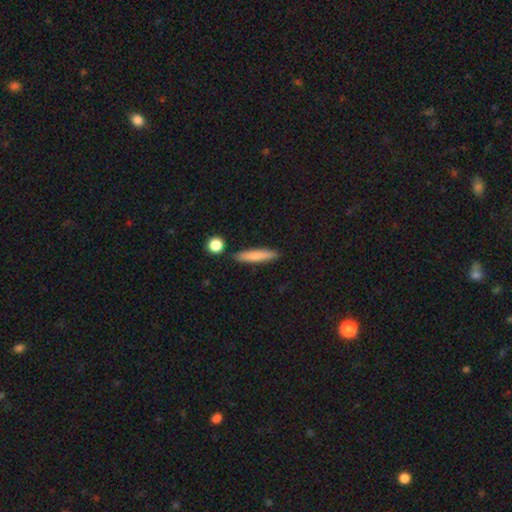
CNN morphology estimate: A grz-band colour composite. It shows a smooth galaxy with no disk features (78%) that is cigar-shaped (87%). Merging: none (87%).